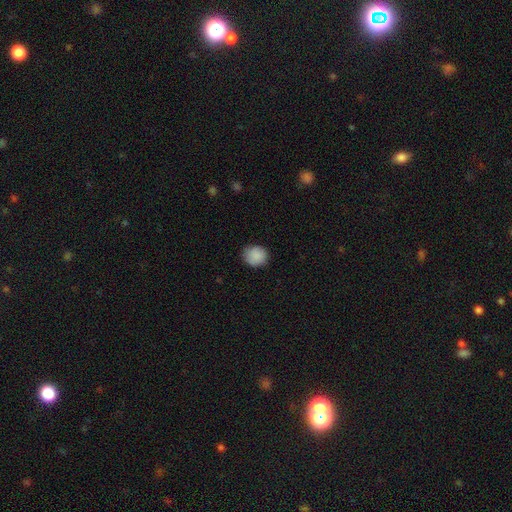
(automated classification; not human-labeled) This is clearly a smooth galaxy (88%). How rounded: likely round (78%). Merging: clearly none (82%).